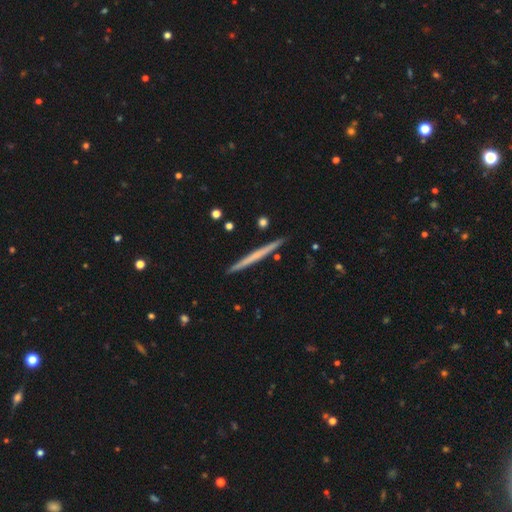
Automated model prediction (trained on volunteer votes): Smooth or featured: featured or disk — 52% (smooth — 43%)
Edge-on disk: yes — 98% (no — 2%)
Edge-on bulge: none — 88% (rounded — 9%)
Merging: none — 92% (minor disturbance — 5%)